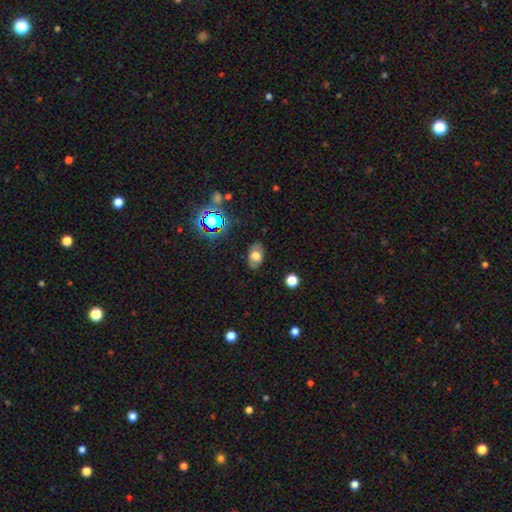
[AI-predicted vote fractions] The model was most divided on "smooth or featured": smooth: 65%, featured or disk: 23%, star or artifact: 12%. More confident: how rounded — in between (88%); merging — none (82%).